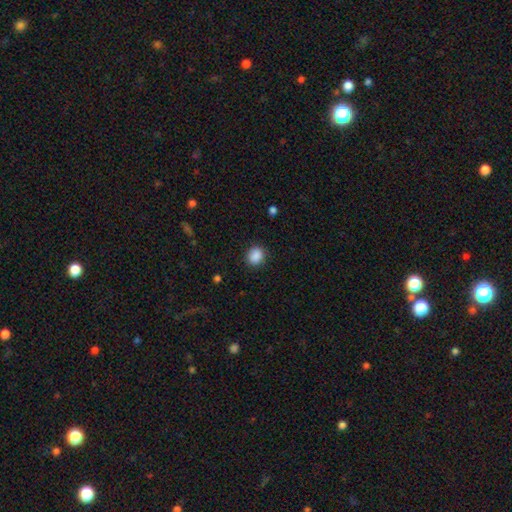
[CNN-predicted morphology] smooth_or_featured: smooth (p=0.88) [alt: star or artifact p=0.09]
how_rounded: round (p=0.69) [alt: in between p=0.30]
merging: none (p=0.88) [alt: minor disturbance p=0.08]